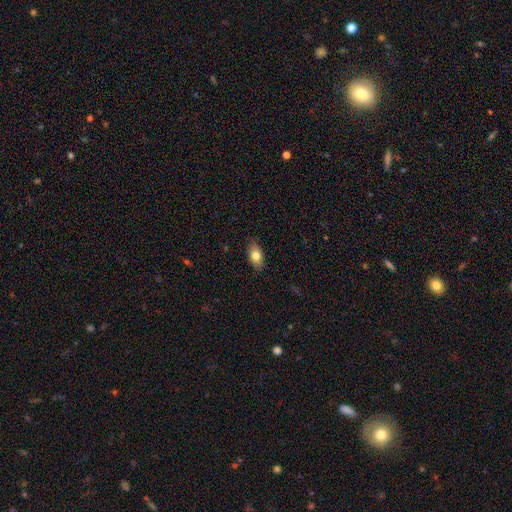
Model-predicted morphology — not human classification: smooth_or_featured: smooth (p=0.77) [alt: featured or disk p=0.16]
how_rounded: in between (p=0.87) [alt: cigar-shaped p=0.07]
merging: none (p=0.85) [alt: minor disturbance p=0.12]